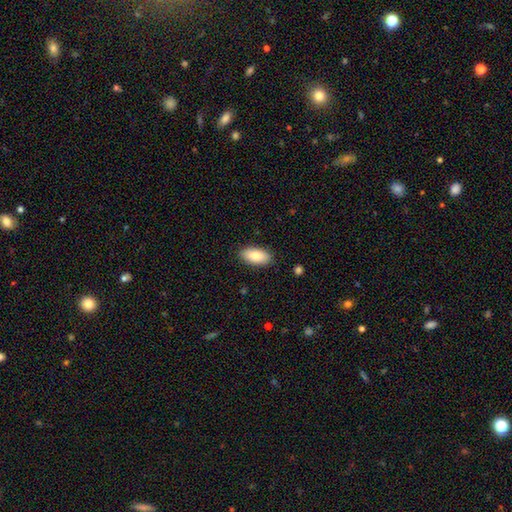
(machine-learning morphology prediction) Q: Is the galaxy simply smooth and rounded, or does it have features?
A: smooth — 83%.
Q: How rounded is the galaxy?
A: in between — 92%.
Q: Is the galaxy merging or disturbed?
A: none — 88%.